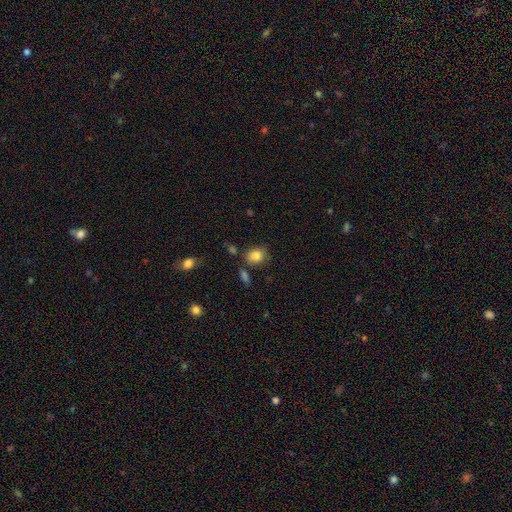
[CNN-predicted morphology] Smooth or featured? Predicted: smooth (p=0.84). How rounded? Predicted: round (p=0.52). Merging? Predicted: none (p=0.73).